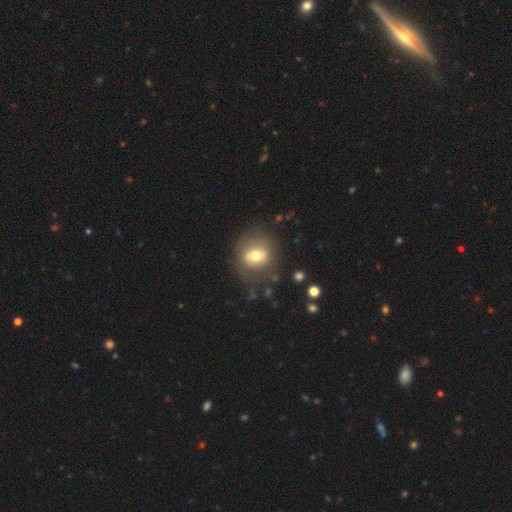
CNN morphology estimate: Overall: smooth (59%; featured or disk 32%). How rounded: round (73%). Merging: none (70%).